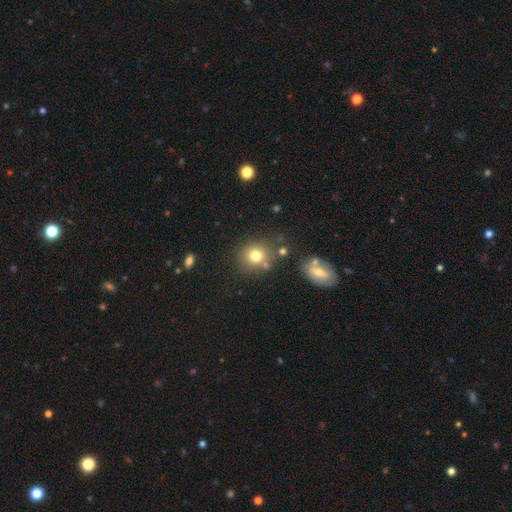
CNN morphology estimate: smooth_or_featured: smooth (p=0.76) [alt: star or artifact p=0.14]
how_rounded: round (p=0.78) [alt: in between p=0.21]
merging: none (p=0.71) [alt: merger p=0.13]